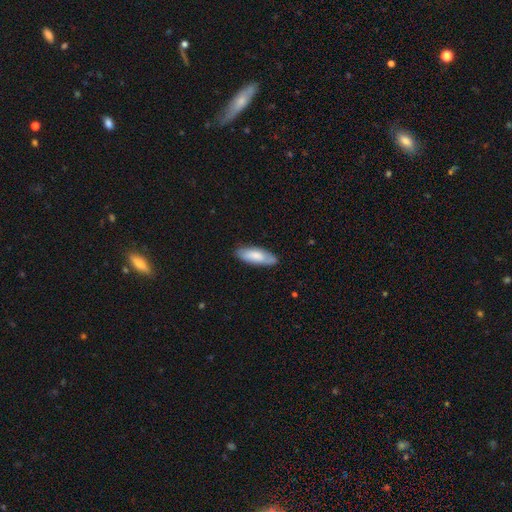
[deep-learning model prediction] Smooth or featured?
  - smooth: 78% *
  - featured or disk: 17%
  - star or artifact: 5%
How rounded?
  - in between: 65% *
  - cigar-shaped: 34%
  - round: 2%
Merging?
  - none: 83% *
  - minor disturbance: 14%
  - major disturbance: 2%
  - merger: 1%